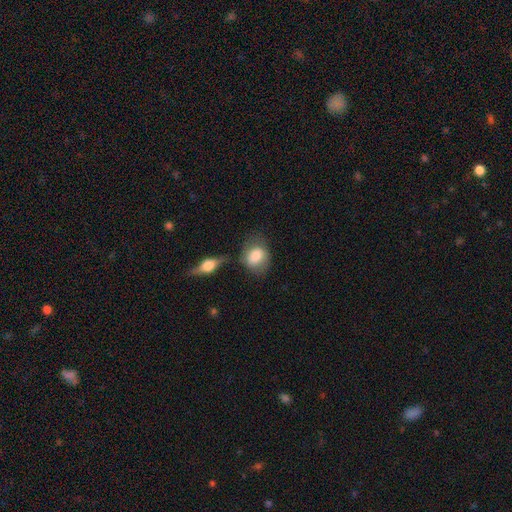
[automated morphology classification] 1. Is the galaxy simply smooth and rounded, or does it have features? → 74% smooth, 19% featured or disk, 7% star or artifact.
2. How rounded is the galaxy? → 51% in between, 47% round, 2% cigar-shaped.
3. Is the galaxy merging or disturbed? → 59% none, 20% minor disturbance, 14% merger, 7% major disturbance.